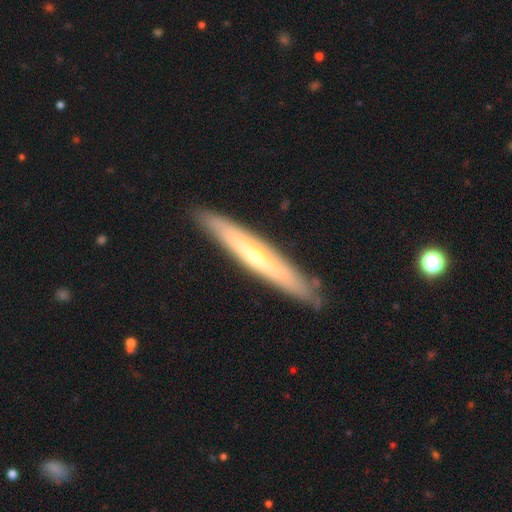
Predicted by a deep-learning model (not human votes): Morphology: type=featured or disk (64%); edge-on=yes (85%); edge-on bulge=rounded (65%); merging=none (88%).